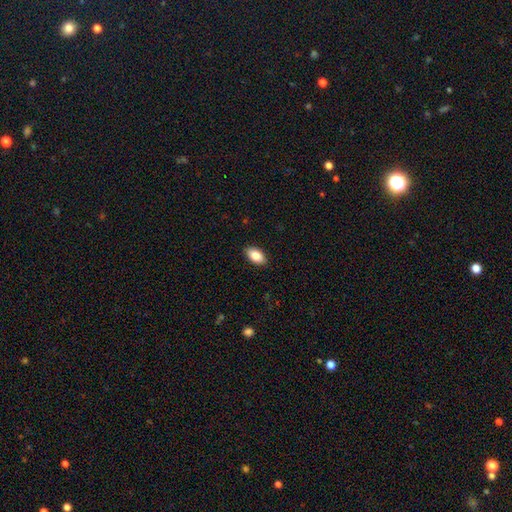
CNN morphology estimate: This is clearly a smooth galaxy (85%). How rounded: clearly in between (93%). Merging: clearly none (89%).